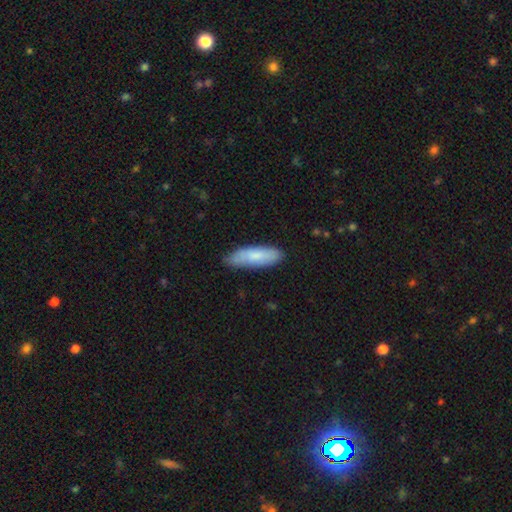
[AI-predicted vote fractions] A smooth galaxy with no disk features (79%) that is cigar-shaped (49%, tied with in between). Merging: none (76%).